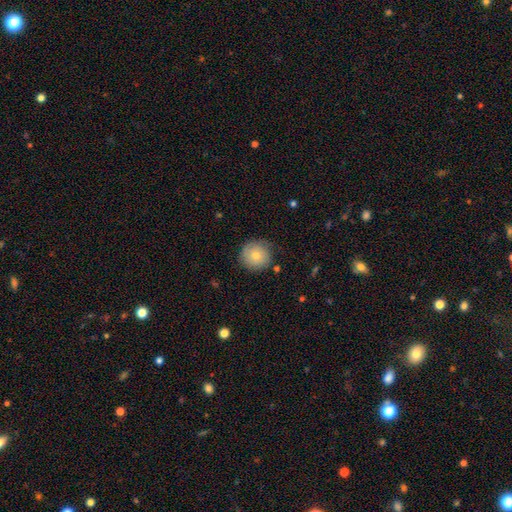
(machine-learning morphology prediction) Smooth or featured: smooth — 66% (featured or disk — 26%)
How rounded: round — 94% (in between — 6%)
Merging: none — 78% (minor disturbance — 17%)